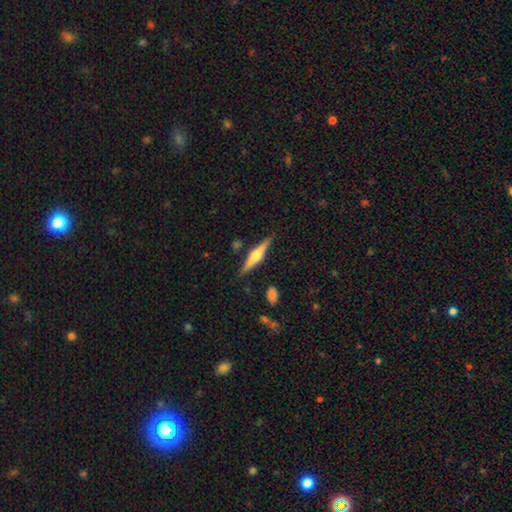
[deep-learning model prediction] Smooth or featured?
  - featured or disk: 67% *
  - smooth: 26%
  - star or artifact: 6%
Edge-on disk?
  - yes: 97% *
  - no: 3%
Edge-on bulge?
  - rounded: 85% *
  - boxy: 11%
  - none: 4%
Merging?
  - none: 86% *
  - minor disturbance: 10%
  - merger: 3%
  - major disturbance: 2%